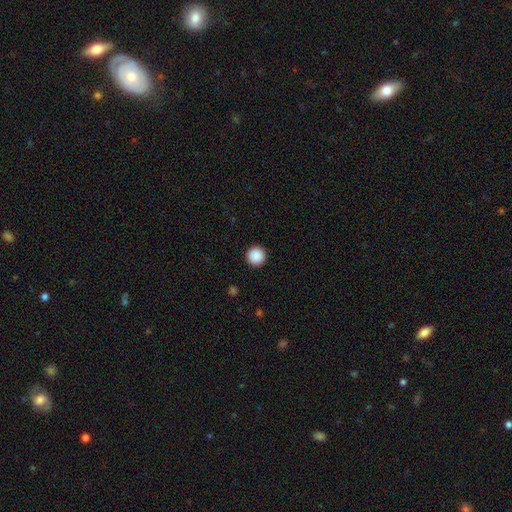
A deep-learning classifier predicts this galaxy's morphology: smooth 89%, star or artifact 9%, featured or disk 2%. Down the decision tree: how rounded — round (96%); merging — none (93%).